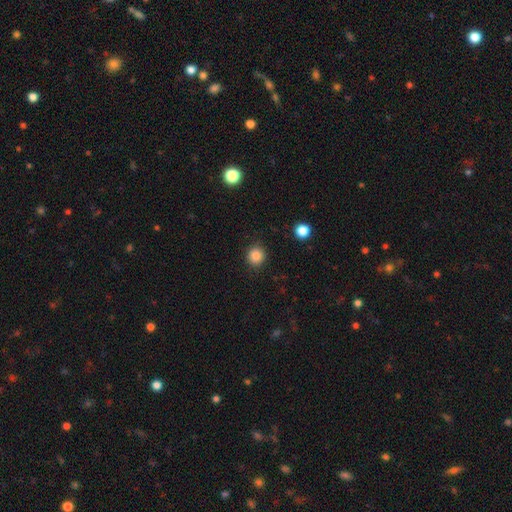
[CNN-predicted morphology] Q: Smooth or featured?
A: smooth (85%); runner-up: star or artifact (11%)
Q: How rounded?
A: round (90%); runner-up: in between (9%)
Q: Merging?
A: none (90%); runner-up: minor disturbance (7%)